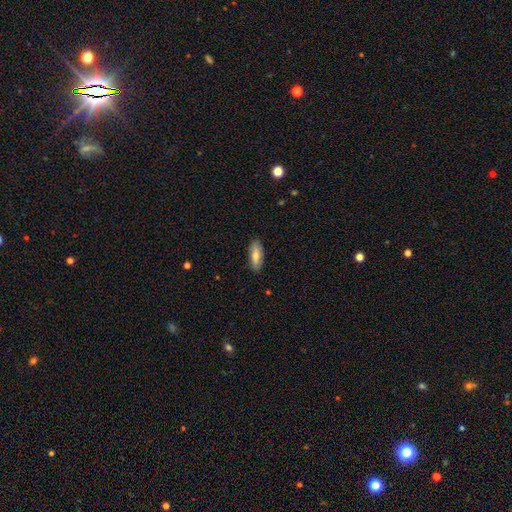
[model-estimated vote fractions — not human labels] Q: Smooth or featured?
A: smooth (69%); runner-up: featured or disk (25%)
Q: How rounded?
A: in between (69%); runner-up: cigar-shaped (29%)
Q: Merging?
A: none (87%); runner-up: minor disturbance (10%)